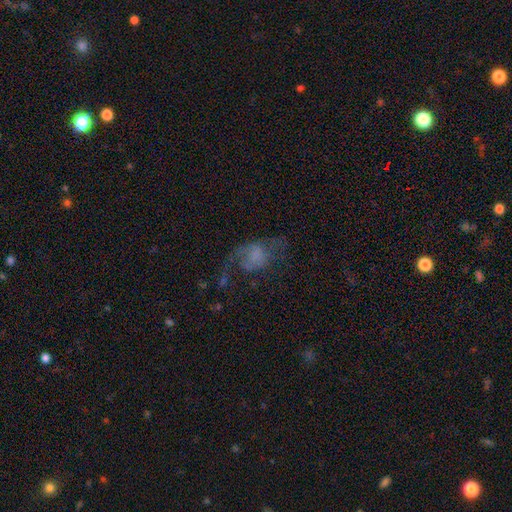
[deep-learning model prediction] Q: Smooth or featured?
A: featured or disk (47%); runner-up: smooth (40%)
Q: Merging?
A: major disturbance (41%); runner-up: none (34%)